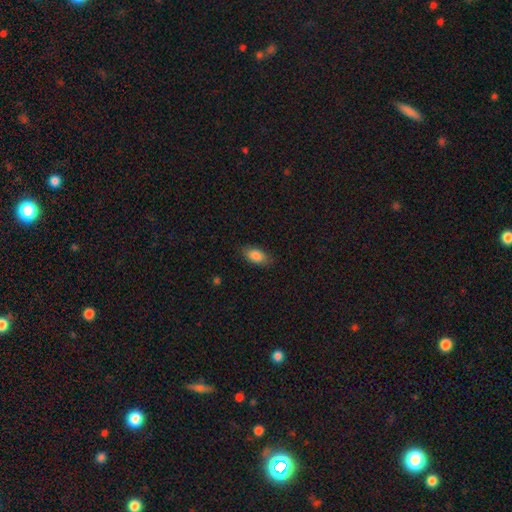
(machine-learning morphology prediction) smooth_or_featured: smooth (p=0.86) [alt: star or artifact p=0.07]
how_rounded: in between (p=0.89) [alt: cigar-shaped p=0.06]
merging: none (p=0.84) [alt: minor disturbance p=0.12]